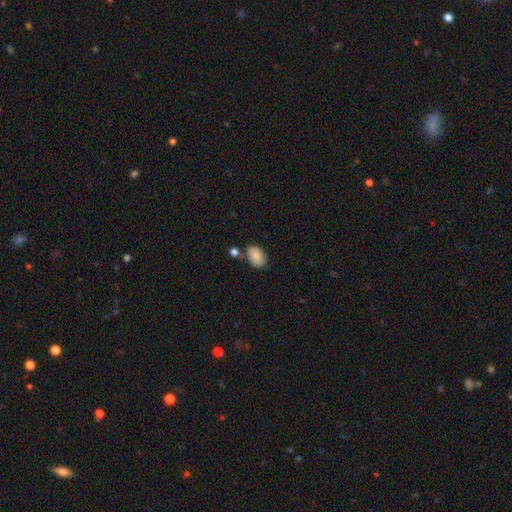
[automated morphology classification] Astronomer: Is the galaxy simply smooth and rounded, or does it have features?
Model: smooth — 86%.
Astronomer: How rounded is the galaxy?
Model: in between — 88%.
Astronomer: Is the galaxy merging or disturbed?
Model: none — 67%.